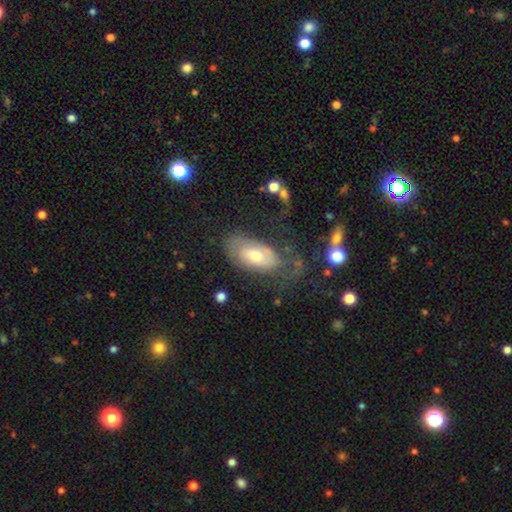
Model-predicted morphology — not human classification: A smooth galaxy with no disk features (48%). Merging: none (45%).